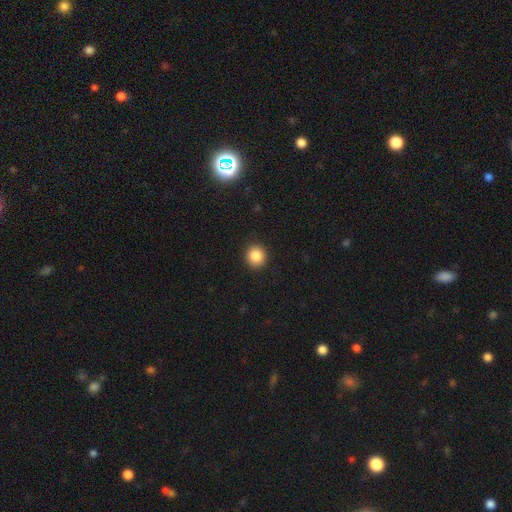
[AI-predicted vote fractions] smooth 86%, star or artifact 10%, featured or disk 4%. Down the decision tree: how rounded — round (91%); merging — none (92%).